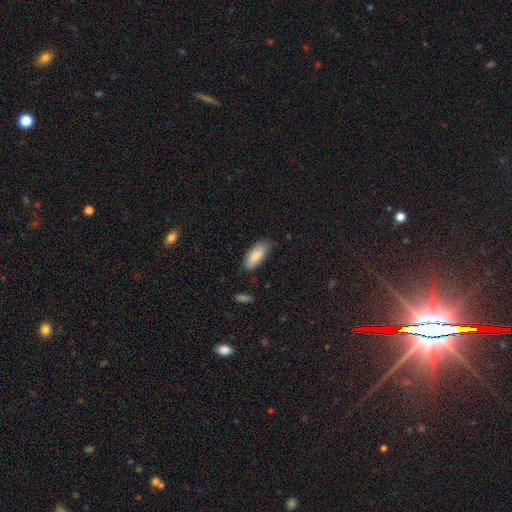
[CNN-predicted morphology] This is clearly a smooth galaxy (85%). How rounded: clearly in between (84%). Merging: likely none (74%).